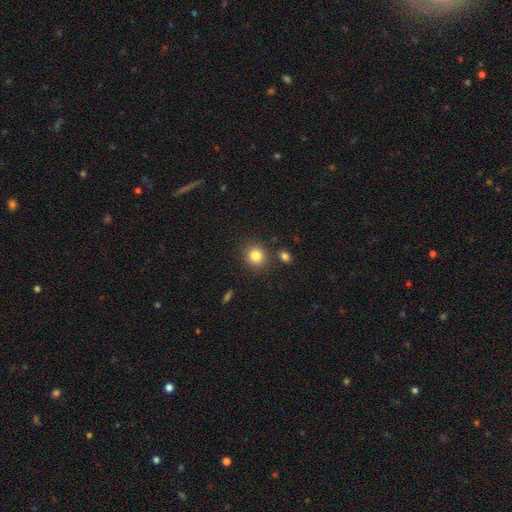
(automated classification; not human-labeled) Overall: smooth (84%). How rounded: round (86%). Merging: none (84%).